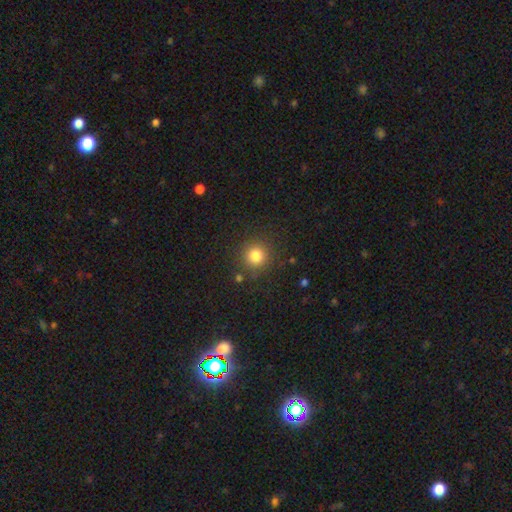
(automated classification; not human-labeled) Overall: smooth (82%). How rounded: round (94%). Merging: none (87%).